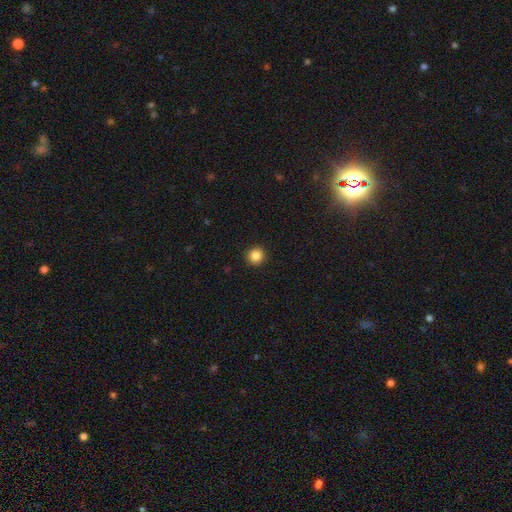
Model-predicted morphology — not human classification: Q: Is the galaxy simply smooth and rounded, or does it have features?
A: smooth — 86%.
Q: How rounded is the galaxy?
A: round — 95%.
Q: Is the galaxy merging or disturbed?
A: none — 93%.